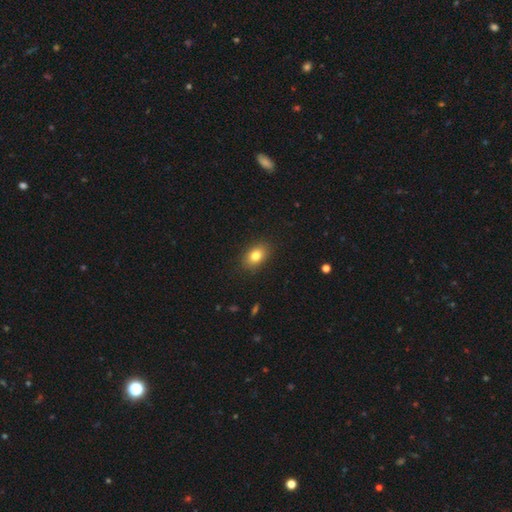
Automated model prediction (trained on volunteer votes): Morphology: type=smooth (81%); roundness=in between (78%); merging=none (88%).